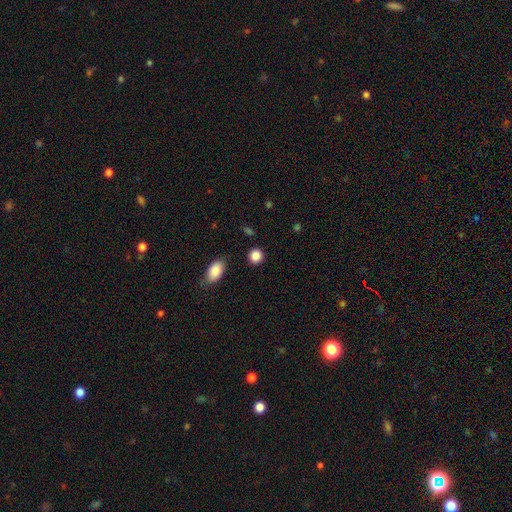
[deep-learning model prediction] This appears to be a smooth galaxy with no disk features (87%) that is round (86%). Merging: none (87%).